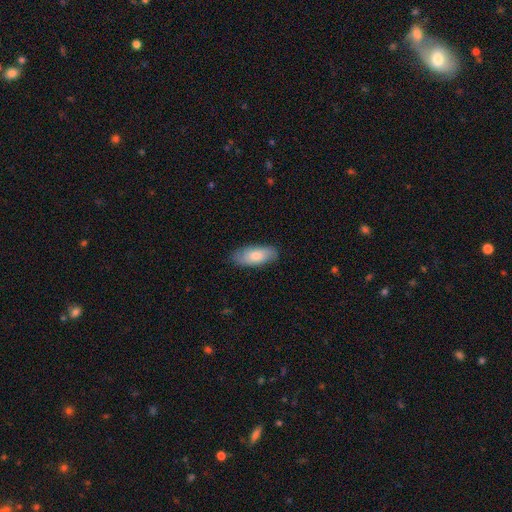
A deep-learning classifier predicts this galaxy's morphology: This appears to be a smooth galaxy with no disk features (73%) that is in between round and cigar-shaped (84%). Merging: none (82%).